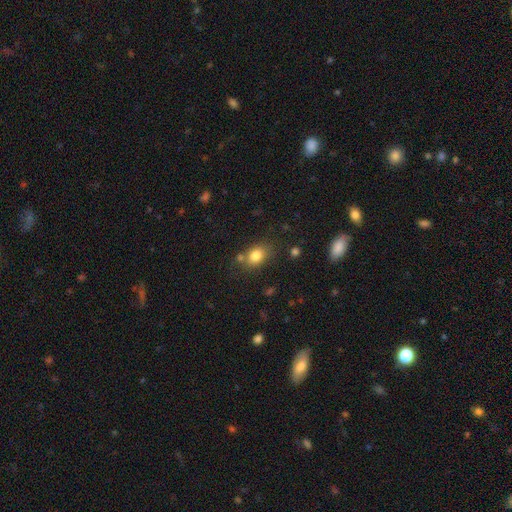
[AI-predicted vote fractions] The model was most divided on "how rounded": in between: 67%, round: 31%, cigar-shaped: 1%. More confident: smooth or featured — smooth (81%); merging — none (67%).